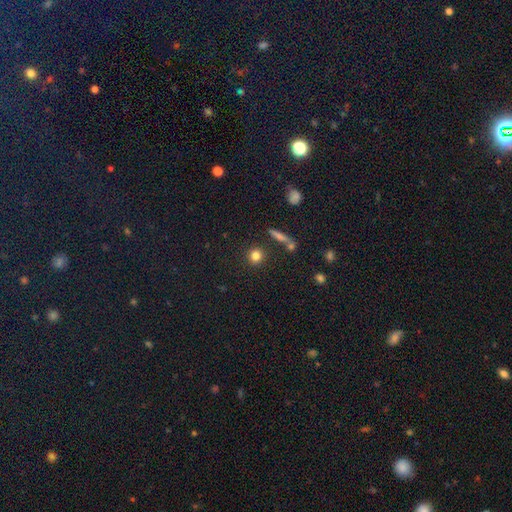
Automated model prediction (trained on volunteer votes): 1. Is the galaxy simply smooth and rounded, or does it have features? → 80% smooth, 12% star or artifact, 7% featured or disk.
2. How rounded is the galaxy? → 91% round, 7% in between, 2% cigar-shaped.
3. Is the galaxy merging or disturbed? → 87% none, 6% minor disturbance, 4% merger, 2% major disturbance.